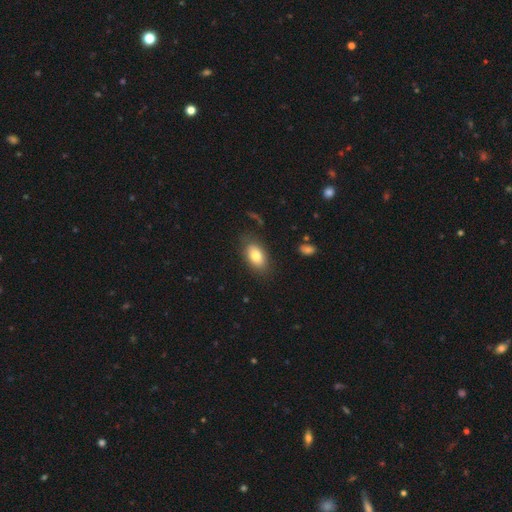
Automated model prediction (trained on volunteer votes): smooth-or-featured: smooth: 79% | featured or disk: 13% | star or artifact: 7%
  how-rounded: in between: 90% | round: 7% | cigar-shaped: 3%
  merging: none: 81% | minor disturbance: 14% | major disturbance: 4% | merger: 2%